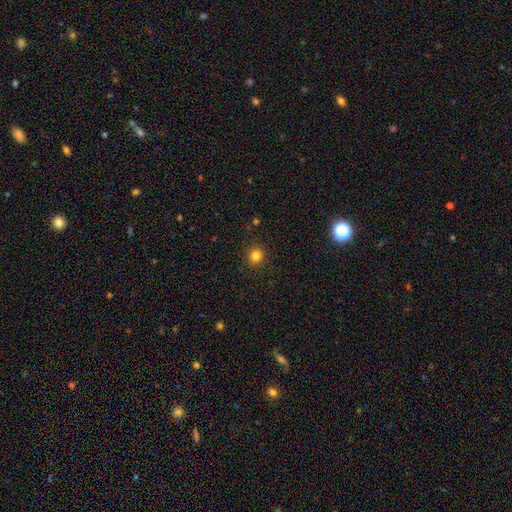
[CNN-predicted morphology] Q: Smooth or featured?
A: smooth (82%); runner-up: star or artifact (13%)
Q: How rounded?
A: round (86%); runner-up: in between (13%)
Q: Merging?
A: none (90%); runner-up: minor disturbance (6%)